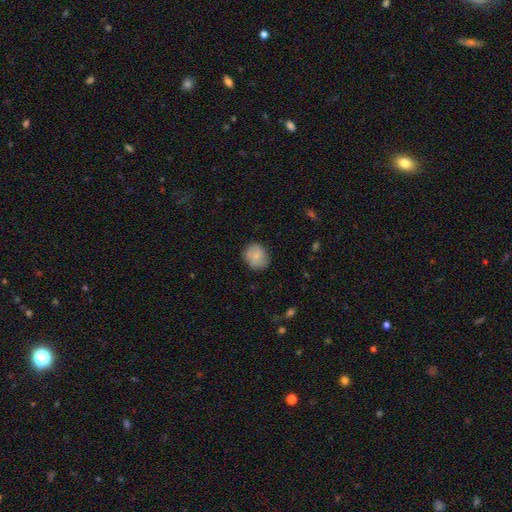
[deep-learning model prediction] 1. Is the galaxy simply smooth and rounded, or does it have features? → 75% smooth, 17% featured or disk, 7% star or artifact.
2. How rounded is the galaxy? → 73% round, 26% in between, 1% cigar-shaped.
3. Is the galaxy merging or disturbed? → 77% none, 17% minor disturbance, 4% major disturbance, 2% merger.